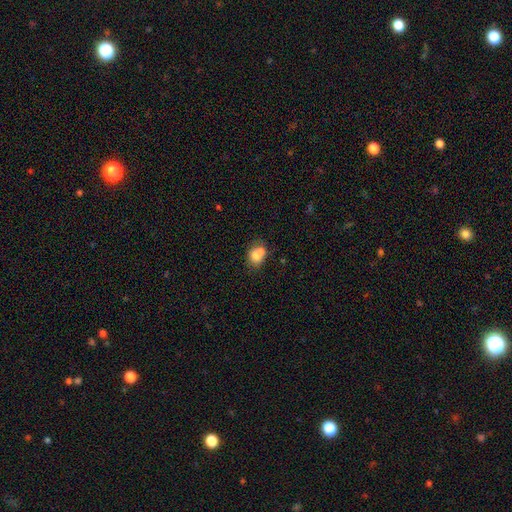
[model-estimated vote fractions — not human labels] This is likely a smooth galaxy (72%). How rounded: possibly round (54%). Merging: possibly merger (51%).